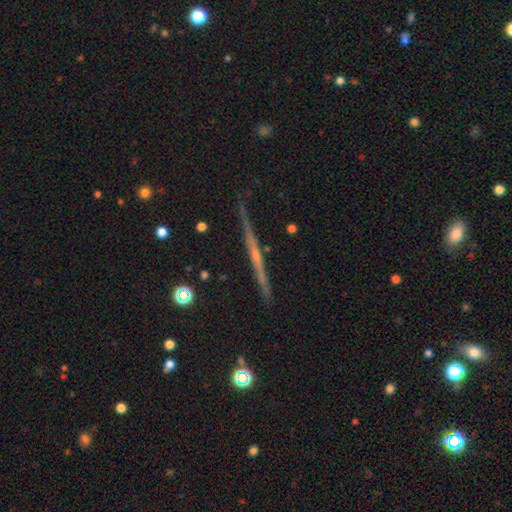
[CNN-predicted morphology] Q: Smooth or featured?
A: featured or disk (80%); runner-up: smooth (13%)
Q: Edge-on disk?
A: yes (98%); runner-up: no (2%)
Q: Edge-on bulge?
A: rounded (58%); runner-up: none (35%)
Q: Merging?
A: none (88%); runner-up: minor disturbance (8%)